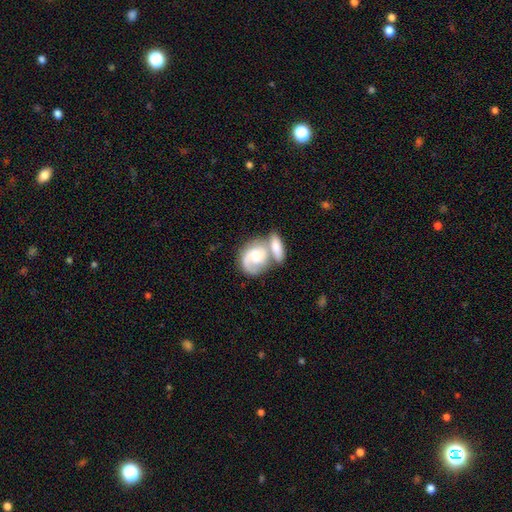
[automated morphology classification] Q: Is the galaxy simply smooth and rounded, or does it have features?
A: featured or disk — 59%.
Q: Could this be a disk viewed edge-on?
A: no — 96%.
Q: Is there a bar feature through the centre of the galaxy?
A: no — 71%.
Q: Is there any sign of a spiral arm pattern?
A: yes — 81%.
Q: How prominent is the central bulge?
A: moderate — 61%.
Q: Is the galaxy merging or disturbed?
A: merger — 54%.